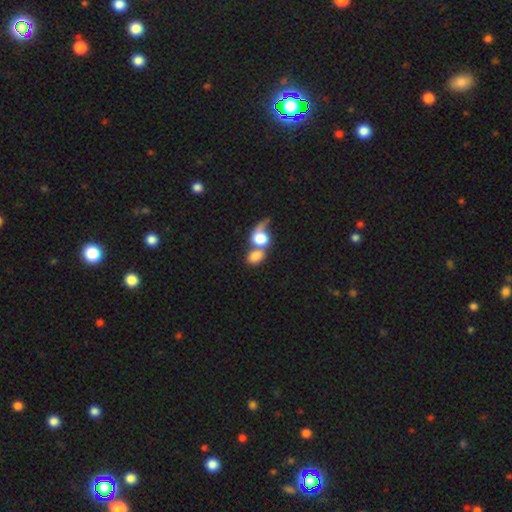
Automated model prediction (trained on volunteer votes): A smooth galaxy with no disk features (73%) that is in between round and cigar-shaped (60%).

Vote fractions:
- Smooth or featured? smooth: 73% / featured or disk: 18% / star or artifact: 9%
- How rounded? in between: 60% / round: 38% / cigar-shaped: 2%
- Merging? merger: 62% / none: 18% / major disturbance: 12% / minor disturbance: 8%